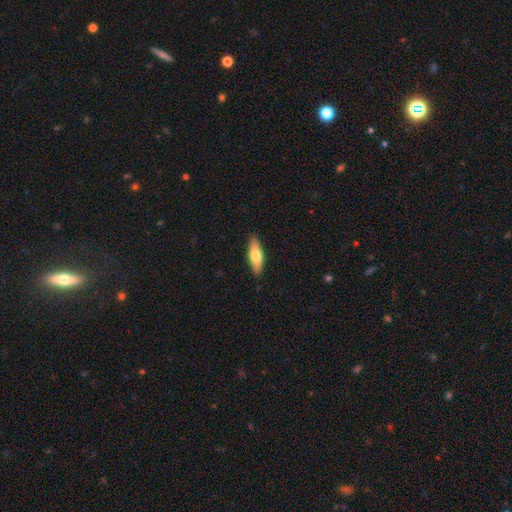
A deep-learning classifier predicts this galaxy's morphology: Smooth or featured: smooth — 67% (featured or disk — 27%)
How rounded: in between — 56% (cigar-shaped — 42%)
Merging: none — 89% (minor disturbance — 9%)